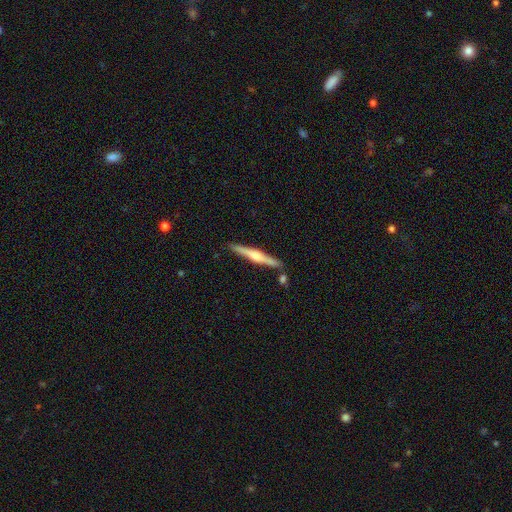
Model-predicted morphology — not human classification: type=featured or disk (63%); edge-on=yes (98%); edge-on bulge=rounded (76%); merging=none (84%).